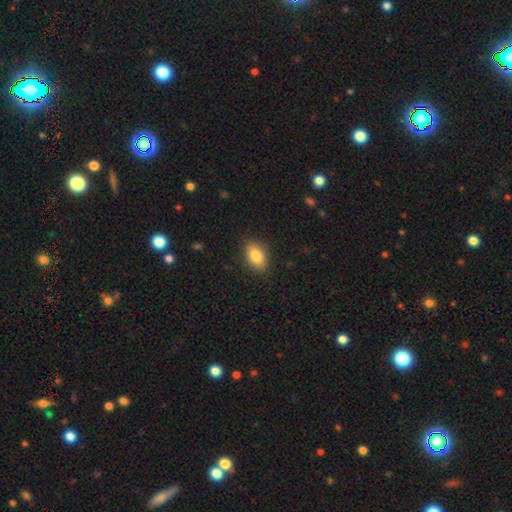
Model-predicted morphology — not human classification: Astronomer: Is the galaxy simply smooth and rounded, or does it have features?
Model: smooth — 83%.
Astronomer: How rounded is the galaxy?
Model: in between — 88%.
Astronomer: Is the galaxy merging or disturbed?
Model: none — 88%.